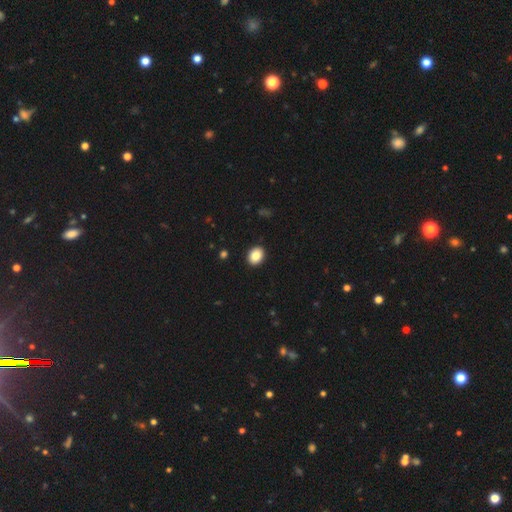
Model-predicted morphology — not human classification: A smooth galaxy with no disk features (86%) that is round (52%).

Vote fractions:
- Smooth or featured? smooth: 86% / star or artifact: 9% / featured or disk: 6%
- How rounded? round: 52% / in between: 47% / cigar-shaped: 1%
- Merging? none: 92% / minor disturbance: 6% / major disturbance: 2% / merger: 1%